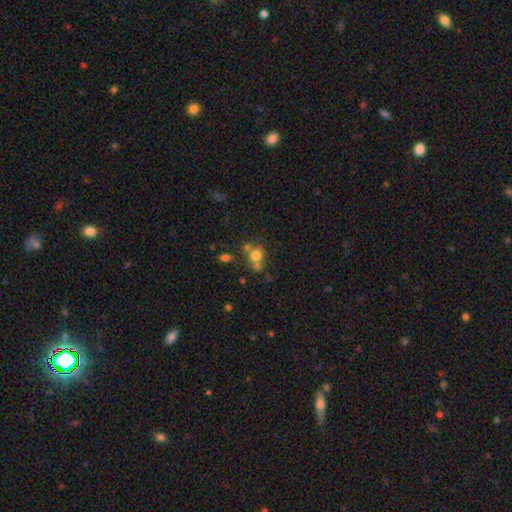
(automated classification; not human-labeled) smooth-or-featured: smooth: 70% | star or artifact: 16% | featured or disk: 15%
  how-rounded: round: 78% | in between: 20% | cigar-shaped: 1%
  merging: none: 48% | merger: 33% | minor disturbance: 12% | major disturbance: 7%